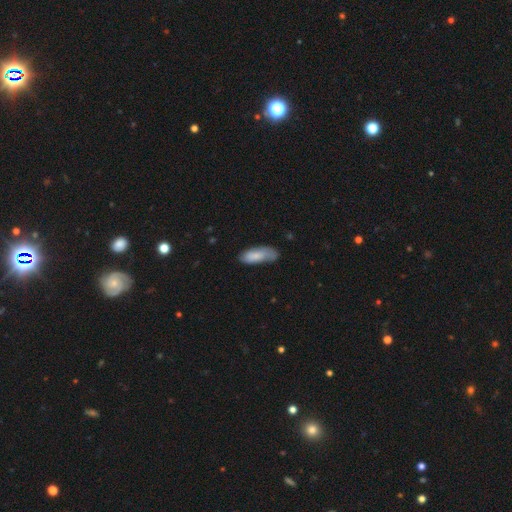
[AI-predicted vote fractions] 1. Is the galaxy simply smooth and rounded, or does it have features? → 80% smooth, 14% featured or disk, 6% star or artifact.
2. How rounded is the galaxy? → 70% in between, 28% cigar-shaped, 2% round.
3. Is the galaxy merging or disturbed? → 57% none, 31% minor disturbance, 9% major disturbance, 3% merger.